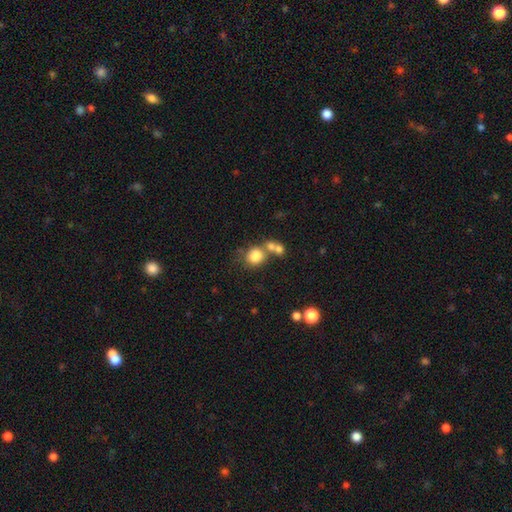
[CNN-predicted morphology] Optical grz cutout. It shows a smooth galaxy with no disk features (79%) that is round (74%). Merging: merger (42%).